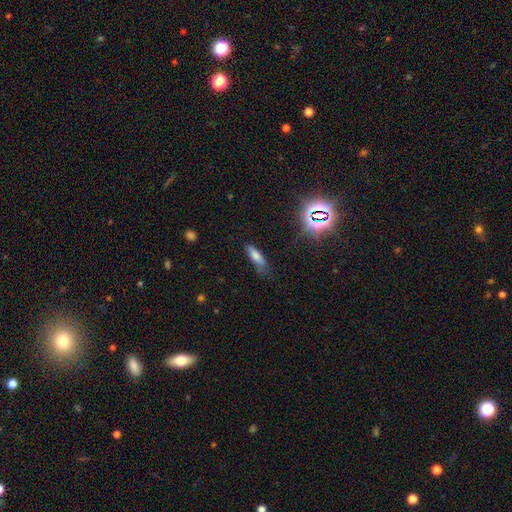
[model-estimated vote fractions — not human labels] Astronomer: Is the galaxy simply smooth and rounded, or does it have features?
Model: smooth — 68%.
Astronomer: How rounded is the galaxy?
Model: cigar-shaped — 50% (runner-up: in between, 48%).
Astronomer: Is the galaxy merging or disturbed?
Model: none — 62%.